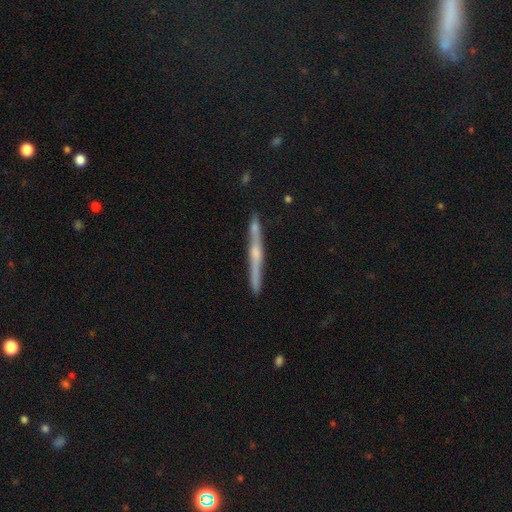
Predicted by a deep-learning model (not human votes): The model was most divided on "edge-on bulge": rounded: 59%, none: 30%, boxy: 11%. More confident: edge-on disk — yes (97%); merging — none (86%); smooth or featured — featured or disk (71%).